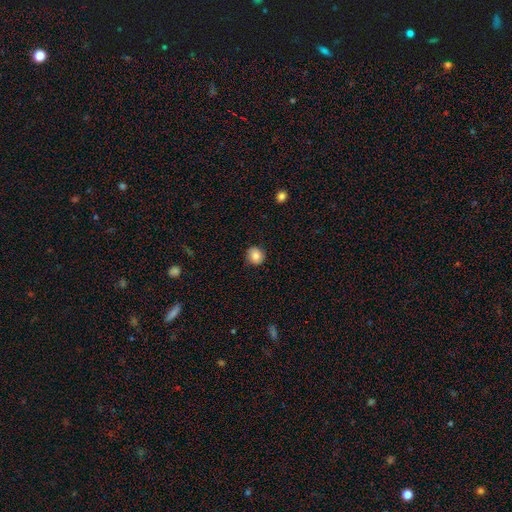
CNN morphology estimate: Q: Smooth or featured?
A: smooth (83%); runner-up: star or artifact (9%)
Q: How rounded?
A: round (87%); runner-up: in between (12%)
Q: Merging?
A: none (84%); runner-up: minor disturbance (12%)